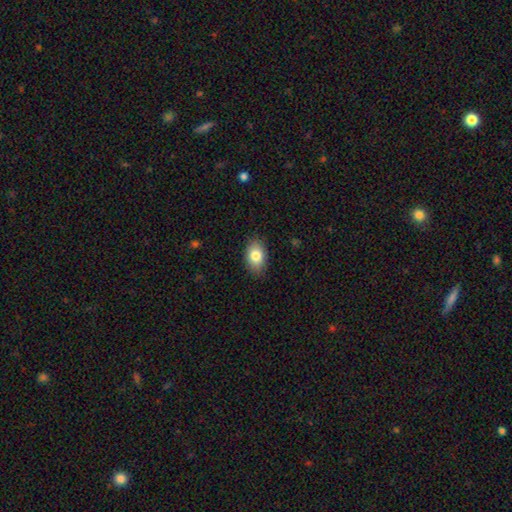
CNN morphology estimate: Smooth or featured? Predicted: smooth (p=0.82). How rounded? Predicted: in between (p=0.87). Merging? Predicted: none (p=0.86).